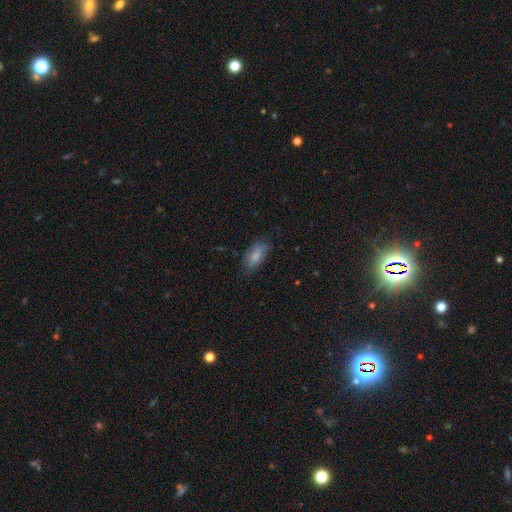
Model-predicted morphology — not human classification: This is likely a smooth galaxy (80%). How rounded: clearly in between (87%). Merging: likely none (72%).